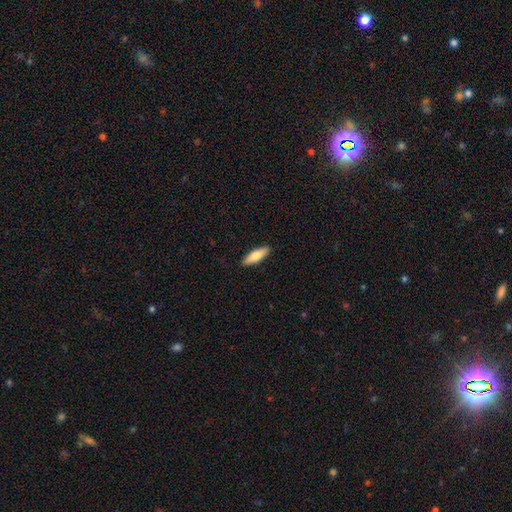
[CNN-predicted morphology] Q: Smooth or featured?
A: smooth (76%); runner-up: featured or disk (19%)
Q: How rounded?
A: in between (56%); runner-up: cigar-shaped (42%)
Q: Merging?
A: none (90%); runner-up: minor disturbance (8%)